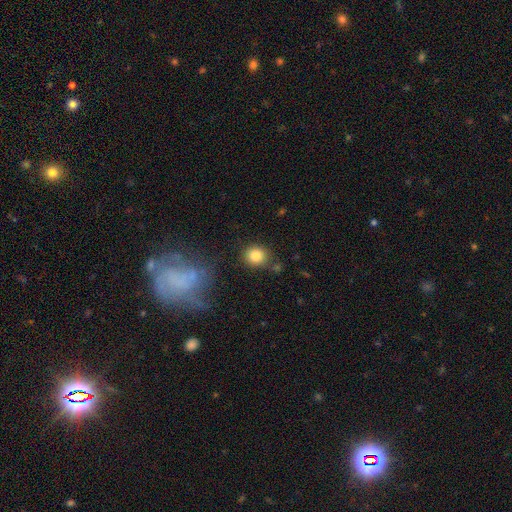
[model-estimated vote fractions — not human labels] Smooth or featured? Predicted: smooth (p=0.84). How rounded? Predicted: round (p=0.84). Merging? Predicted: none (p=0.80).